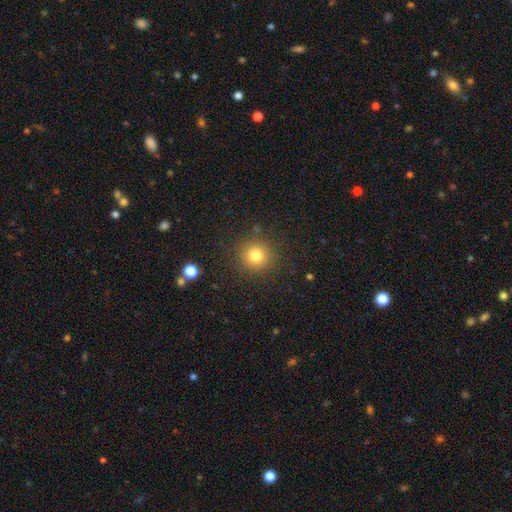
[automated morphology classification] This is likely a smooth galaxy (79%). How rounded: clearly round (94%). Merging: clearly none (89%).